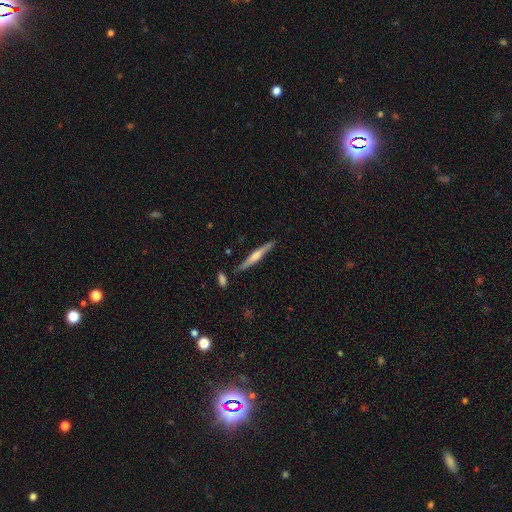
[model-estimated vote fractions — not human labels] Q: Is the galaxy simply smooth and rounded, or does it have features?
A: featured or disk — 67%.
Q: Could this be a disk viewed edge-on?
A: yes — 98%.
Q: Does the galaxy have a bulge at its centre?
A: rounded — 82%.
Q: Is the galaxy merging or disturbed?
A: none — 86%.